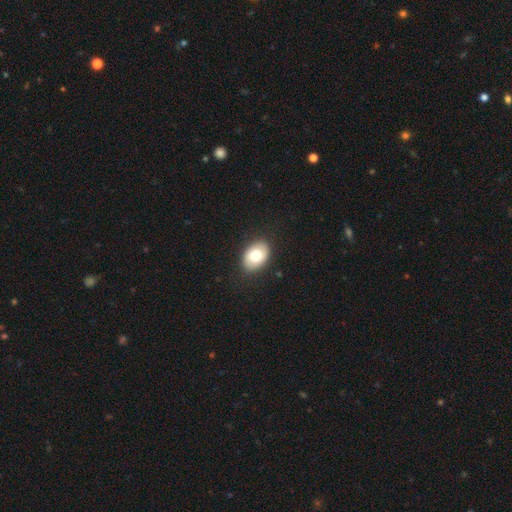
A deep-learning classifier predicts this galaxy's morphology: A smooth galaxy with no disk features (76%) that is in between round and cigar-shaped (82%).

Vote fractions:
- Smooth or featured? smooth: 76% / featured or disk: 17% / star or artifact: 7%
- How rounded? in between: 82% / round: 17% / cigar-shaped: 1%
- Merging? none: 88% / minor disturbance: 9% / major disturbance: 2% / merger: 1%